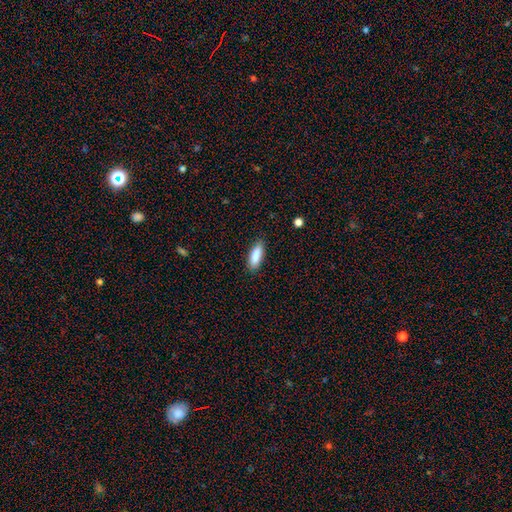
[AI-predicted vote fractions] smooth 87%, featured or disk 7%, star or artifact 6%. Down the decision tree: how rounded — in between (59%); merging — none (84%).